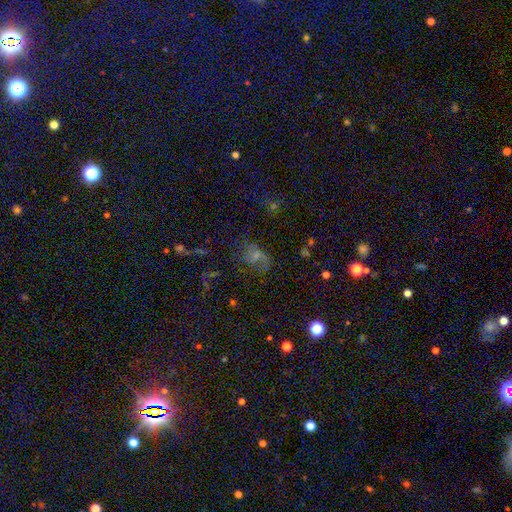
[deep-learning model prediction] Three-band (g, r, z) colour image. It shows a smooth galaxy with no disk features (39%). Merging: major disturbance (37%, tied with none).